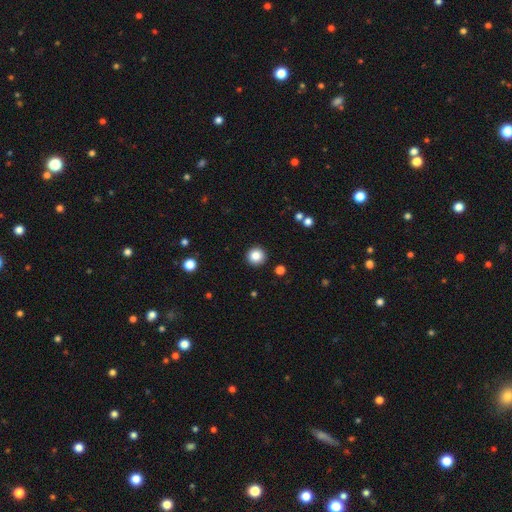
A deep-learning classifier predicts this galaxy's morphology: smooth 85%, star or artifact 10%, featured or disk 4%. Down the decision tree: how rounded — round (95%); merging — none (92%).